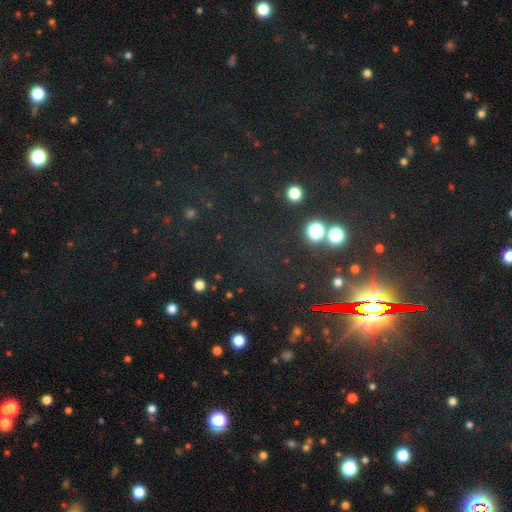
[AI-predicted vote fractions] A star or artifact, not a galaxy (80%).

Vote fractions:
- Smooth or featured? star or artifact: 80% / smooth: 12% / featured or disk: 8%